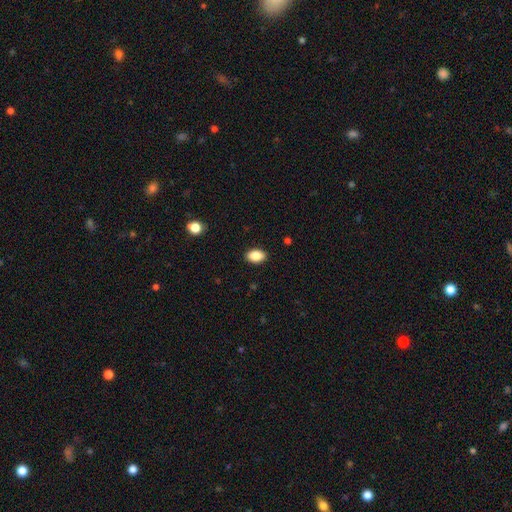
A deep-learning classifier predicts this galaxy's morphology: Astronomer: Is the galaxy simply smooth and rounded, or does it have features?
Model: smooth — 87%.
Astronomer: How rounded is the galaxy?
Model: in between — 88%.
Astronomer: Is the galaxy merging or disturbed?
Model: none — 90%.